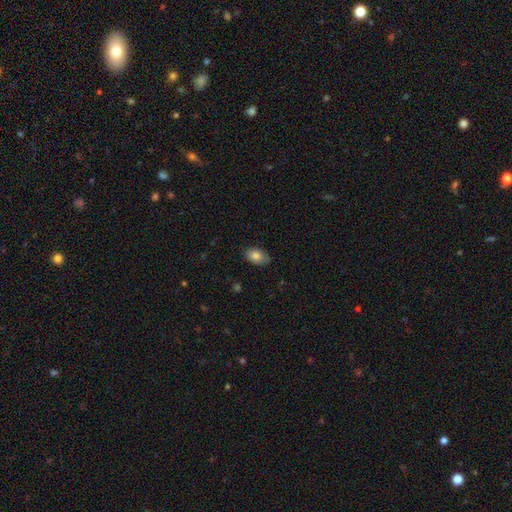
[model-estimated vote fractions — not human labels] A smooth galaxy with no disk features (81%) that is in between round and cigar-shaped (88%). Merging: none (81%).